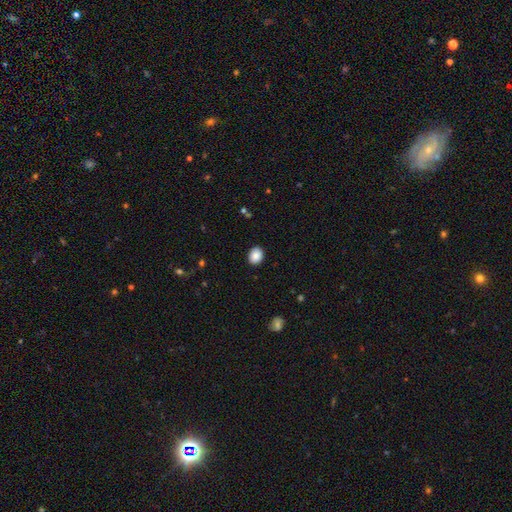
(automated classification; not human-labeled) Overall: smooth (87%). How rounded: round (50%; in between 49%). Merging: none (90%).